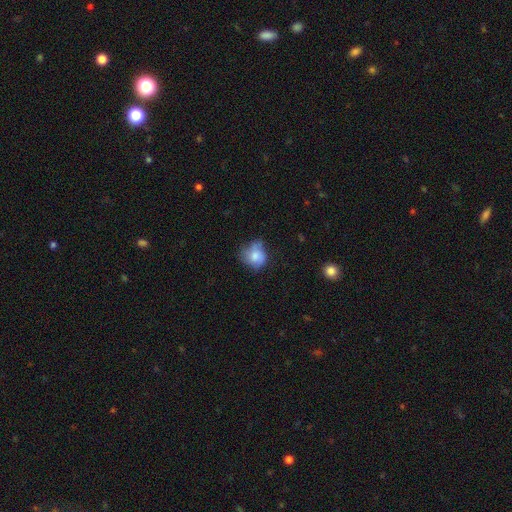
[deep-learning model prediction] A smooth galaxy with no disk features (72%) that is round (69%).

Vote fractions:
- Smooth or featured? smooth: 72% / featured or disk: 20% / star or artifact: 9%
- How rounded? round: 69% / in between: 30% / cigar-shaped: 1%
- Merging? none: 46% / minor disturbance: 35% / major disturbance: 15% / merger: 4%